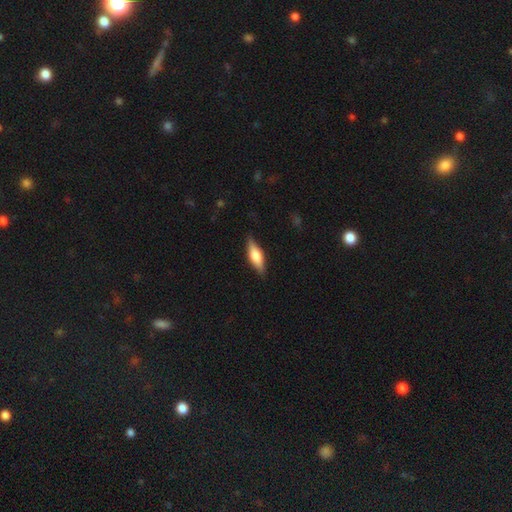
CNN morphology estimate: smooth-or-featured: smooth: 51% | featured or disk: 43% | star or artifact: 6%
  how-rounded: in between: 51% | cigar-shaped: 46% | round: 3%
  merging: none: 86% | minor disturbance: 11% | major disturbance: 2% | merger: 1%